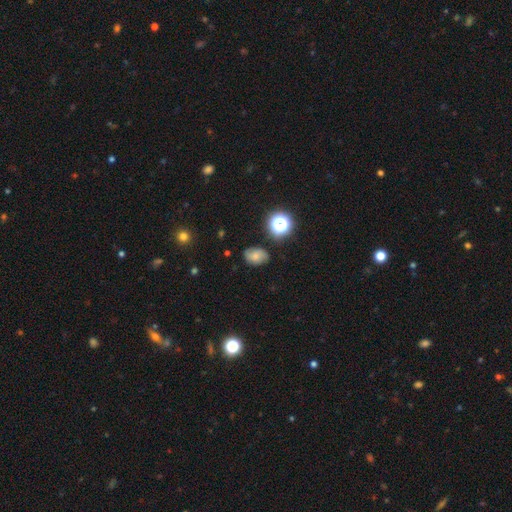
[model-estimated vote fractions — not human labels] Q: Smooth or featured?
A: smooth (59%); runner-up: featured or disk (24%)
Q: How rounded?
A: in between (74%); runner-up: round (25%)
Q: Merging?
A: none (71%); runner-up: minor disturbance (21%)